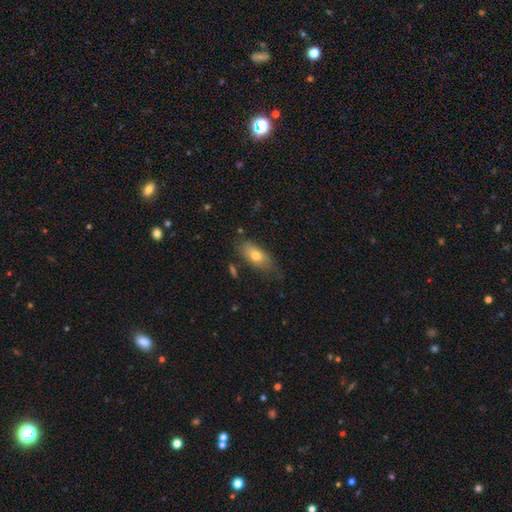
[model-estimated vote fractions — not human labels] Smooth or featured? Predicted: smooth (p=0.71). How rounded? Predicted: in between (p=0.82). Merging? Predicted: none (p=0.68).